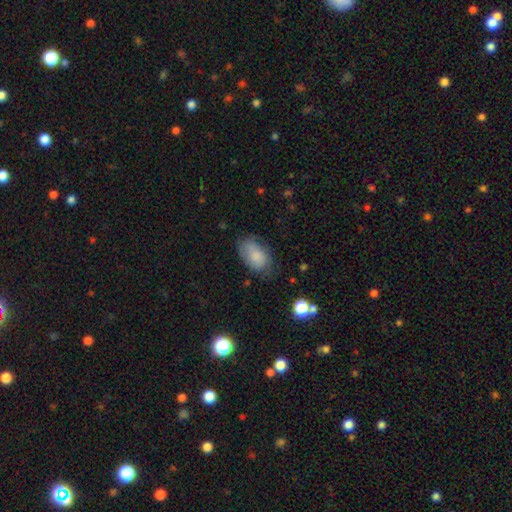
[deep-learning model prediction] This is likely a smooth galaxy (79%). How rounded: clearly in between (89%). Merging: possibly none (58%).